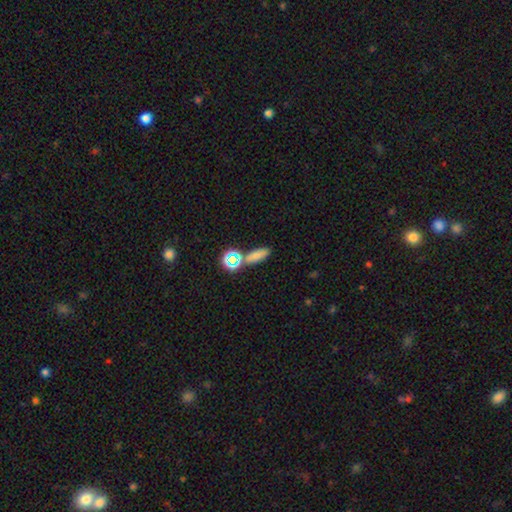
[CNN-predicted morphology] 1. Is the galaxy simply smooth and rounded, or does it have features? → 72% smooth, 21% star or artifact, 8% featured or disk.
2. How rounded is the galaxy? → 57% in between, 31% cigar-shaped, 12% round.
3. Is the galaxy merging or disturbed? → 72% none, 14% merger, 10% minor disturbance, 4% major disturbance.